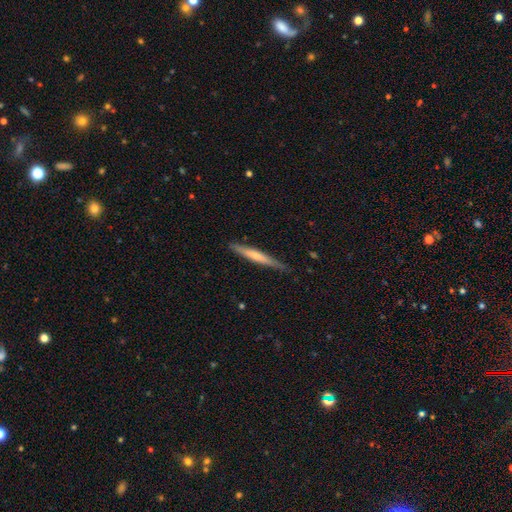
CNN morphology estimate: Overall: smooth (53%; featured or disk 42%). How rounded: cigar-shaped (96%). Merging: none (85%).